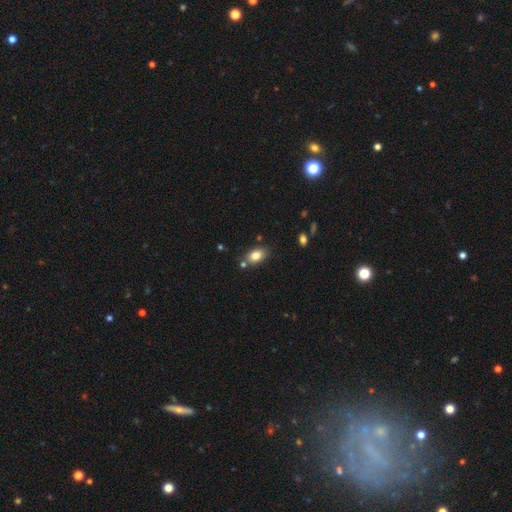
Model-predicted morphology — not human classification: Q: Smooth or featured?
A: smooth (81%); runner-up: featured or disk (10%)
Q: How rounded?
A: in between (83%); runner-up: round (15%)
Q: Merging?
A: none (76%); runner-up: minor disturbance (13%)